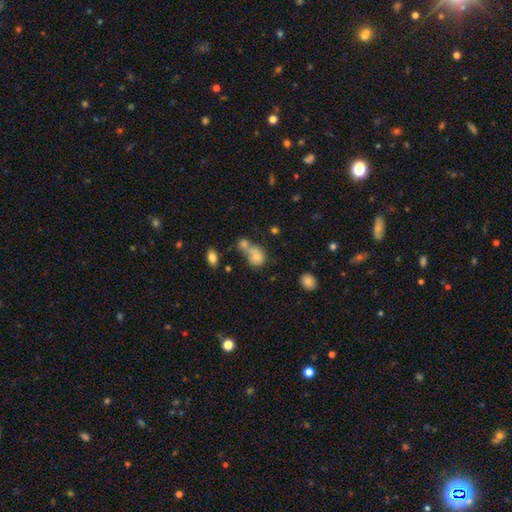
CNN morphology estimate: smooth-or-featured: smooth: 74% | featured or disk: 15% | star or artifact: 11%
  how-rounded: round: 53% | in between: 46% | cigar-shaped: 2%
  merging: merger: 54% | none: 28% | minor disturbance: 11% | major disturbance: 7%